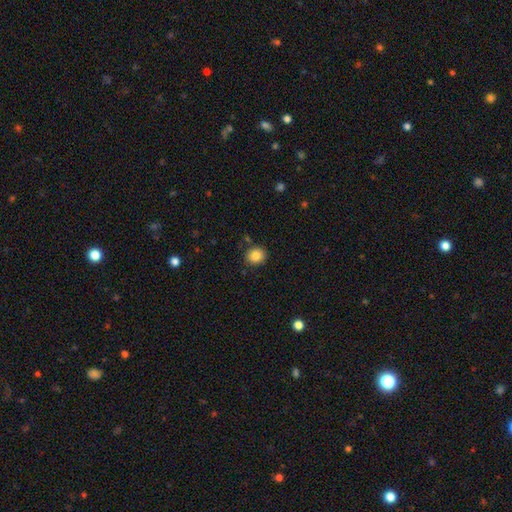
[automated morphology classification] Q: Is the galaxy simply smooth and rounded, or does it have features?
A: smooth — 84%.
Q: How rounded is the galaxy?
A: round — 79%.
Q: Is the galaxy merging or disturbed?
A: none — 85%.